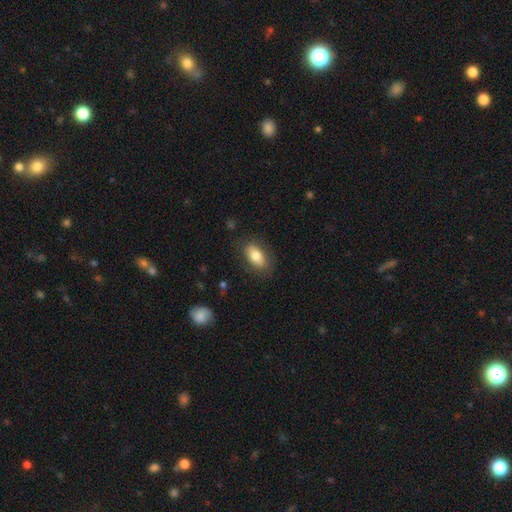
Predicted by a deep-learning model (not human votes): This is likely a smooth galaxy (76%). How rounded: clearly in between (87%). Merging: clearly none (81%).